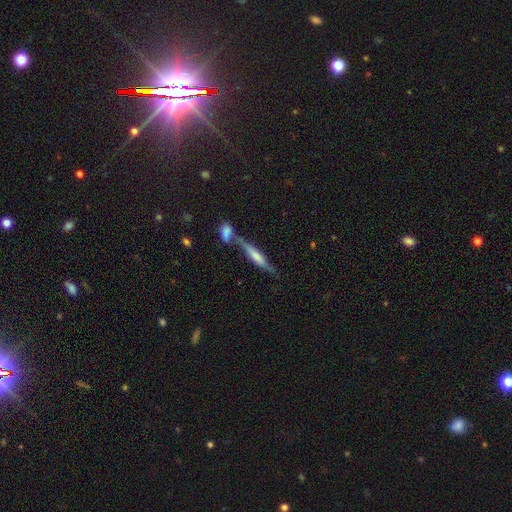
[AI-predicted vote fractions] smooth_or_featured: featured or disk (p=0.56) [alt: smooth p=0.36]
disk_edge_on: yes (p=0.88) [alt: no p=0.12]
merging: none (p=0.50) [alt: merger p=0.32]